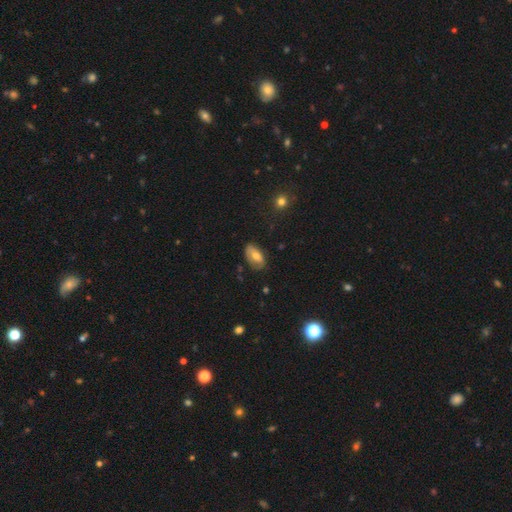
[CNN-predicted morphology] Overall: smooth (64%; featured or disk 28%). How rounded: in between (92%). Merging: none (69%).